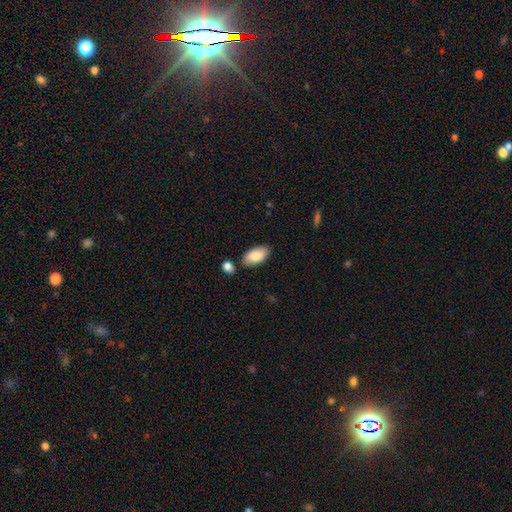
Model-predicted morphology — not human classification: Overall: smooth (85%). How rounded: in between (95%). Merging: none (79%).